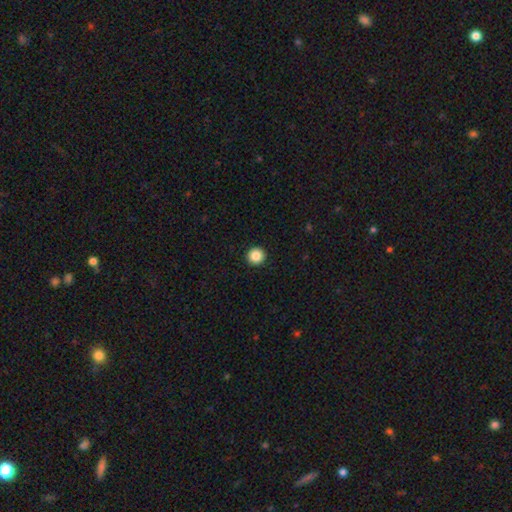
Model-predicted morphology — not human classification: smooth-or-featured: smooth: 87% | star or artifact: 9% | featured or disk: 4%
  how-rounded: round: 96% | in between: 3% | cigar-shaped: 1%
  merging: none: 94% | minor disturbance: 4% | major disturbance: 1% | merger: 1%